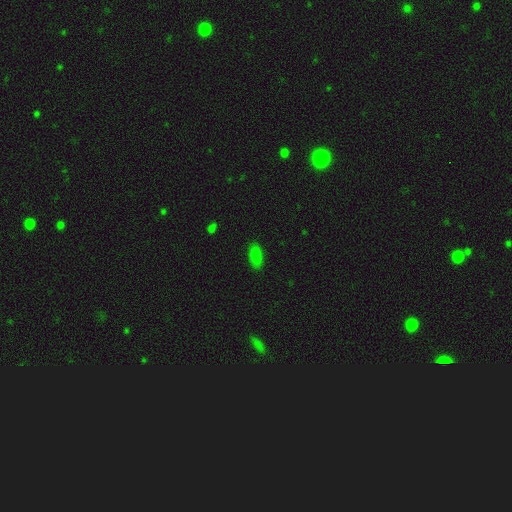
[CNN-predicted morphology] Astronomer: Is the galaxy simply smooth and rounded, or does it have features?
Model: smooth — 82%.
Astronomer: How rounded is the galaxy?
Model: in between — 86%.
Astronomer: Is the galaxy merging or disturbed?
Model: none — 87%.